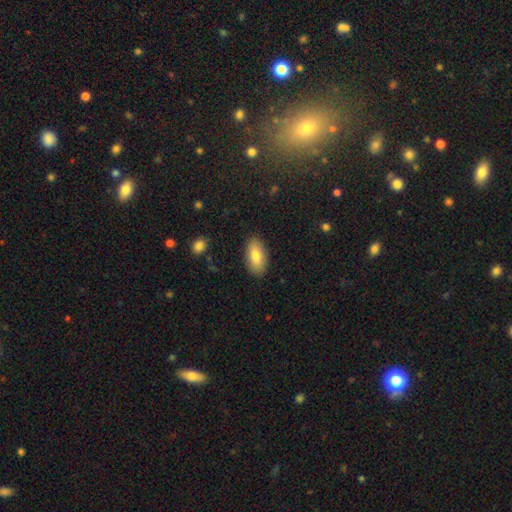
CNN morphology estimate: smooth 81%, featured or disk 12%, star or artifact 7%. Down the decision tree: how rounded — in between (92%); merging — none (87%).